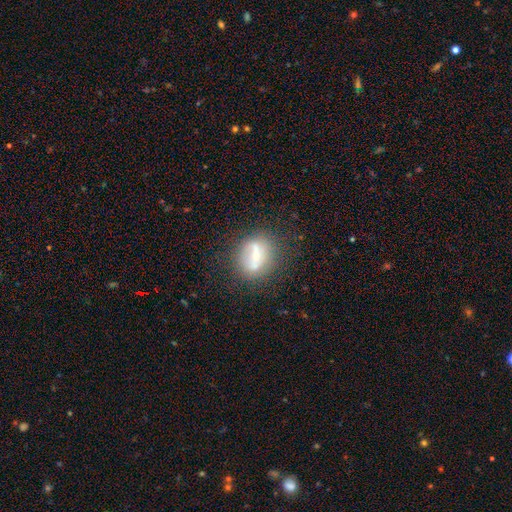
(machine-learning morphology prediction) This is possibly a smooth galaxy (47%). Merging: likely none (62%).